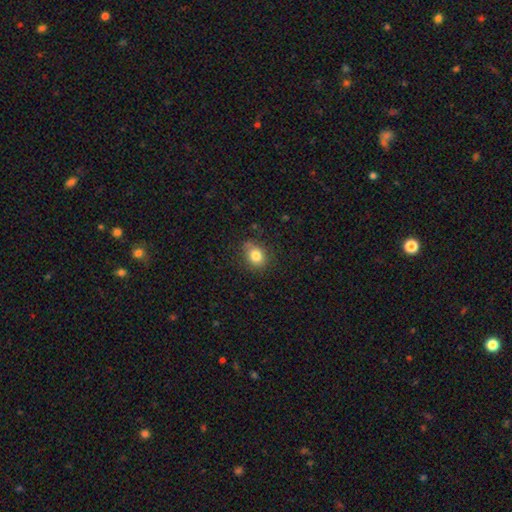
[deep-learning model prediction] Overall: smooth (82%). How rounded: round (63%; in between 36%). Merging: none (77%).